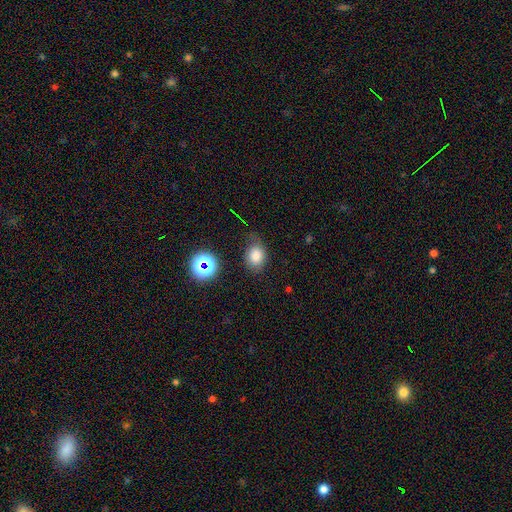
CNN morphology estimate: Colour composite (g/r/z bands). It shows a smooth galaxy with no disk features (78%) that is in between round and cigar-shaped (54%). Merging: none (65%).